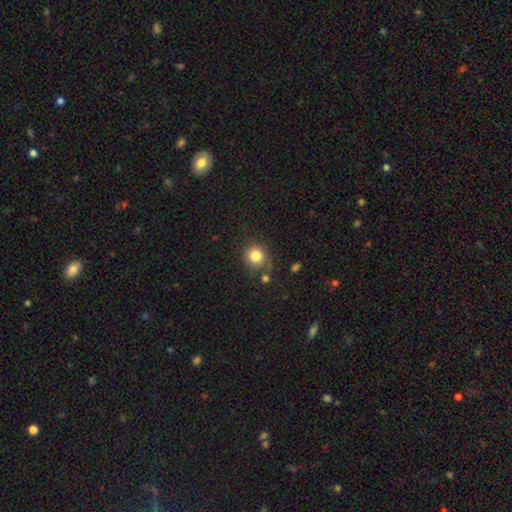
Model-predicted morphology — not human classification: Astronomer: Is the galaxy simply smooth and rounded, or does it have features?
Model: smooth — 82%.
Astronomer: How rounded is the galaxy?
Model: round — 86%.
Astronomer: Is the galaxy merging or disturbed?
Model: none — 74%.